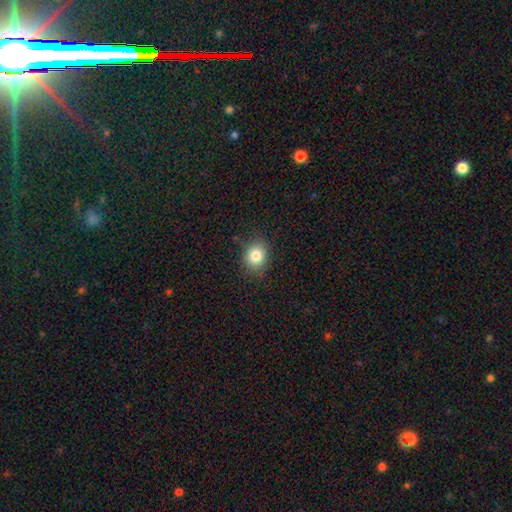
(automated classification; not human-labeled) A smooth galaxy with no disk features (82%) that is round (62%).

Vote fractions:
- Smooth or featured? smooth: 82% / star or artifact: 11% / featured or disk: 7%
- How rounded? round: 62% / in between: 38% / cigar-shaped: 1%
- Merging? none: 85% / minor disturbance: 11% / major disturbance: 3% / merger: 1%